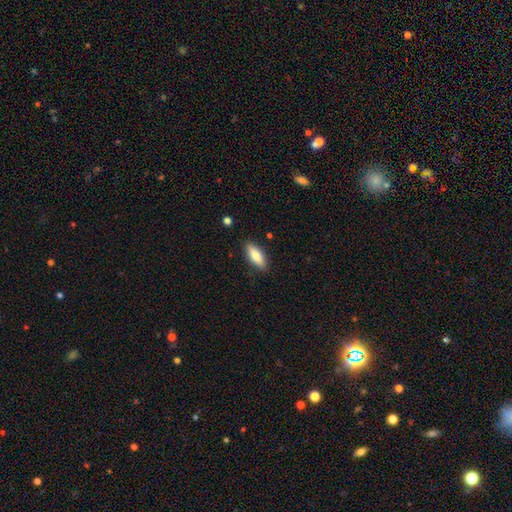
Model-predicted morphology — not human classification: A smooth galaxy with no disk features (78%) that is in between round and cigar-shaped (65%).

Vote fractions:
- Smooth or featured? smooth: 78% / featured or disk: 16% / star or artifact: 6%
- How rounded? in between: 65% / cigar-shaped: 33% / round: 2%
- Merging? none: 86% / minor disturbance: 10% / major disturbance: 2% / merger: 1%